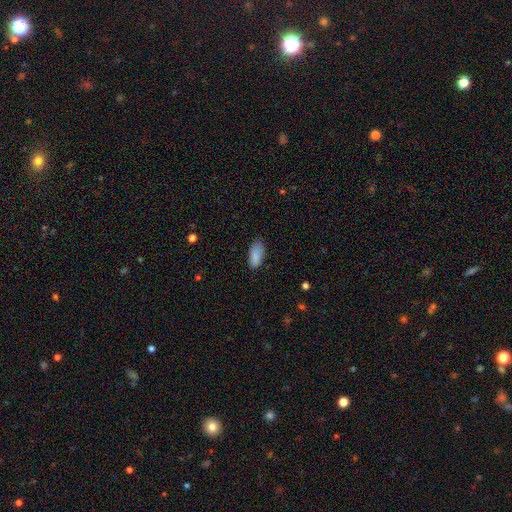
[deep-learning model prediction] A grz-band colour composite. It shows a smooth galaxy with no disk features (88%) that is in between round and cigar-shaped (89%). Merging: none (77%).